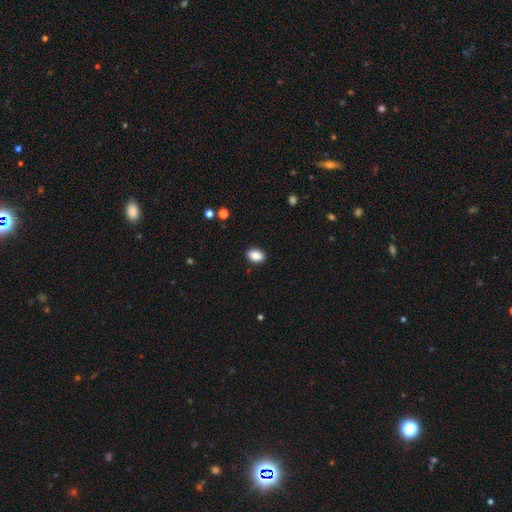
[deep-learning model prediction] A smooth galaxy with no disk features (89%) that is in between round and cigar-shaped (83%).

Vote fractions:
- Smooth or featured? smooth: 89% / star or artifact: 8% / featured or disk: 3%
- How rounded? in between: 83% / round: 16% / cigar-shaped: 1%
- Merging? none: 90% / minor disturbance: 7% / major disturbance: 2% / merger: 1%